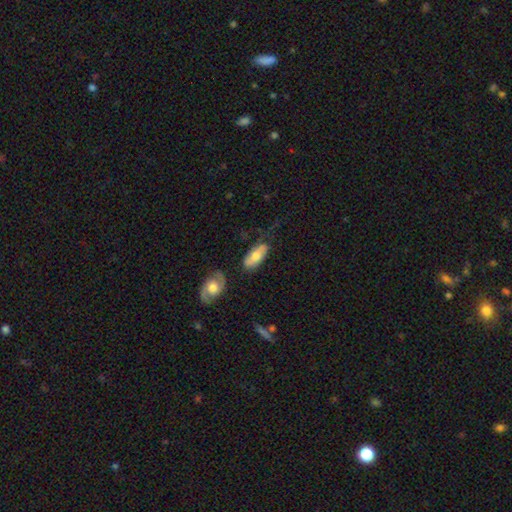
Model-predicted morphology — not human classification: Smooth or featured? Predicted: smooth (p=0.59). How rounded? Predicted: in between (p=0.81). Merging? Predicted: none (p=0.59).